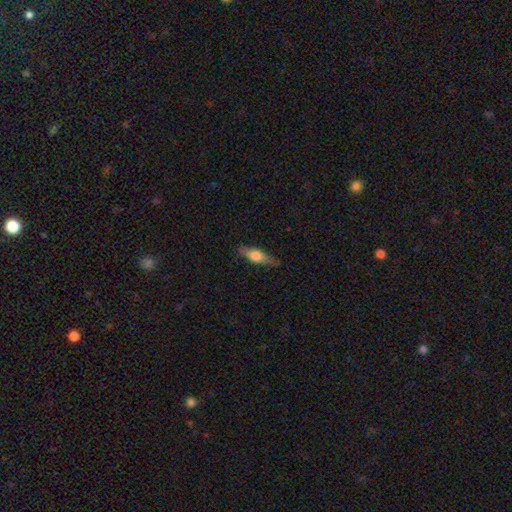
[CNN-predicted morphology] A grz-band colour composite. It shows a smooth galaxy with no disk features (50%). Merging: none (82%).